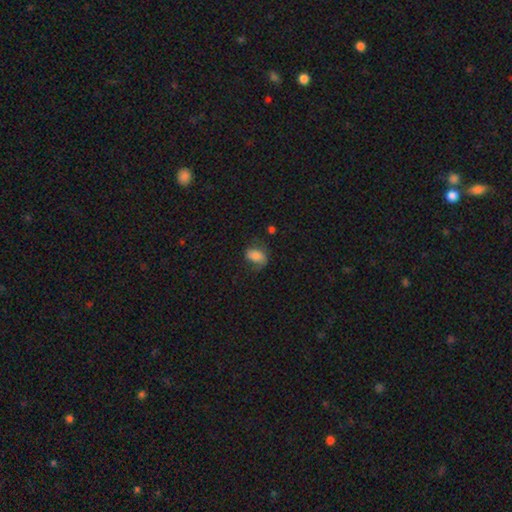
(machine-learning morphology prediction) smooth 71%, featured or disk 20%, star or artifact 9%. Down the decision tree: how rounded — in between (83%); merging — none (49%).